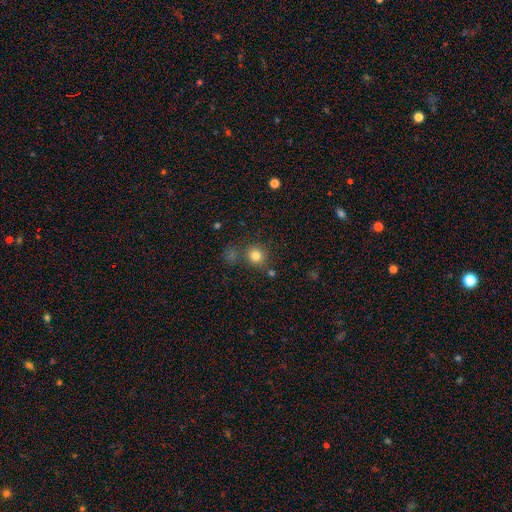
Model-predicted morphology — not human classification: Smooth or featured: smooth — 81% (star or artifact — 13%)
How rounded: round — 89% (in between — 10%)
Merging: none — 75% (merger — 11%)